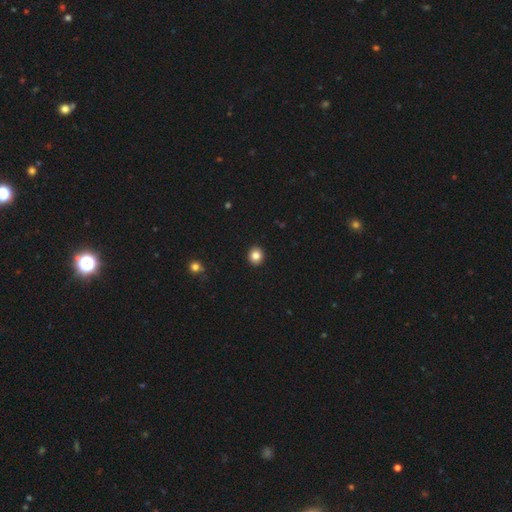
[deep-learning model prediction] This appears to be a smooth galaxy with no disk features (84%) that is round (85%). Merging: none (93%).